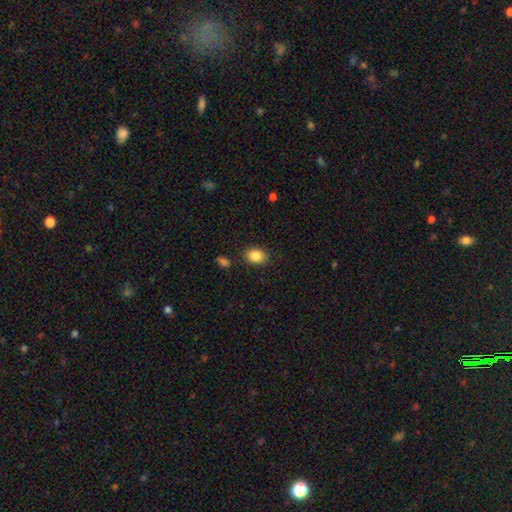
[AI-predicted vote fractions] This appears to be a smooth galaxy with no disk features (85%) that is in between round and cigar-shaped (66%). Merging: none (86%).